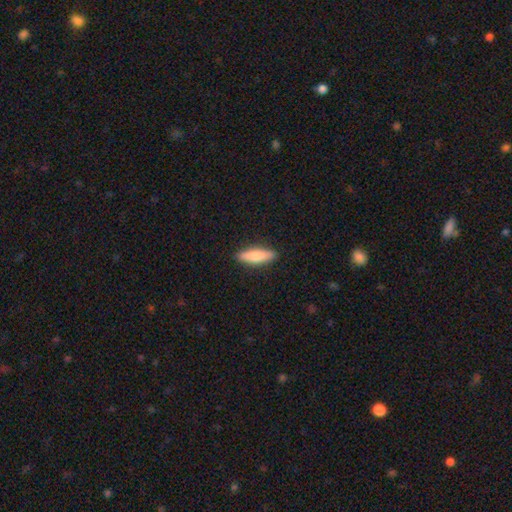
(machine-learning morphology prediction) Smooth or featured? smooth (78%)
How rounded? cigar-shaped (67%)
Merging? none (90%)